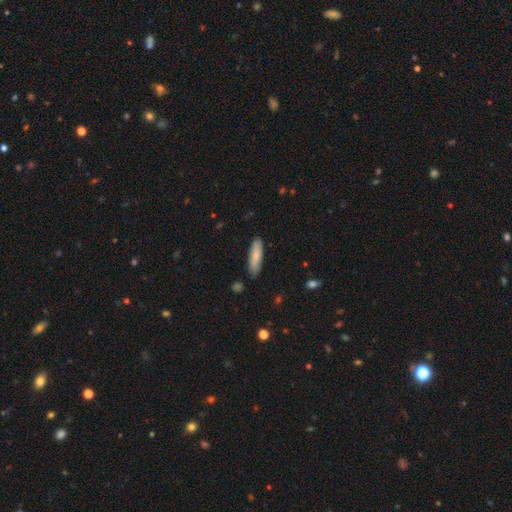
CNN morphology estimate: The model was most divided on "how rounded": cigar-shaped: 60%, in between: 38%, round: 1%. More confident: merging — none (85%); smooth or featured — smooth (82%).